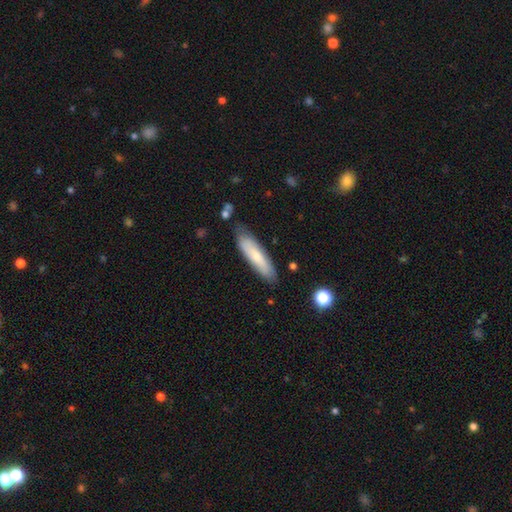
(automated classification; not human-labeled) The model was most divided on "smooth or featured": smooth: 69%, featured or disk: 25%, star or artifact: 6%. More confident: merging — none (79%); how rounded — cigar-shaped (76%).